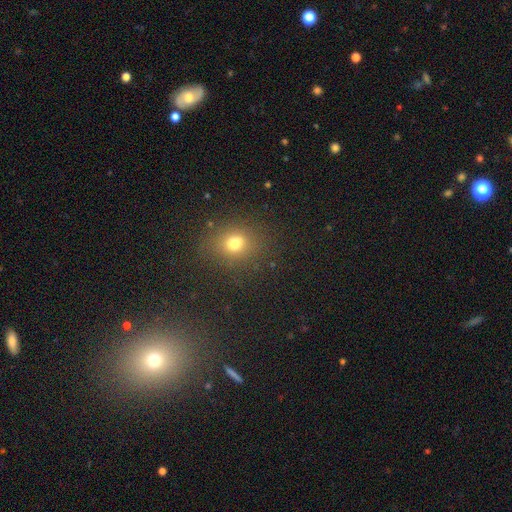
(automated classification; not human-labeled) Smooth or featured?
  - smooth: 56% *
  - star or artifact: 36%
  - featured or disk: 8%
How rounded?
  - round: 78% *
  - in between: 21%
  - cigar-shaped: 1%
Merging?
  - none: 88% *
  - minor disturbance: 6%
  - major disturbance: 3%
  - merger: 3%